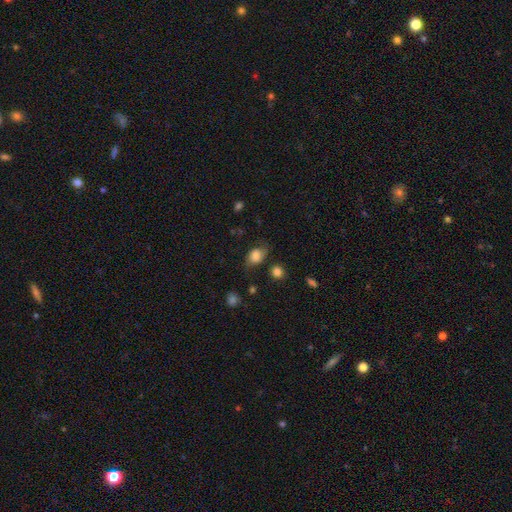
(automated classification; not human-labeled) A smooth galaxy with no disk features (69%) that is in between round and cigar-shaped (65%).

Vote fractions:
- Smooth or featured? smooth: 69% / featured or disk: 21% / star or artifact: 10%
- How rounded? in between: 65% / round: 33% / cigar-shaped: 2%
- Merging? none: 61% / minor disturbance: 25% / major disturbance: 11% / merger: 3%